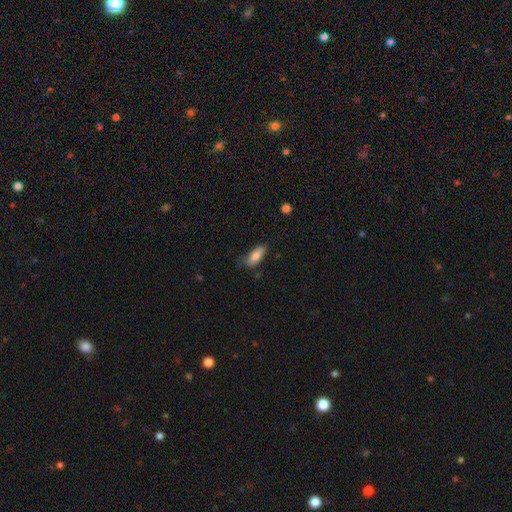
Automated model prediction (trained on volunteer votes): Smooth or featured?
  - smooth: 83% *
  - featured or disk: 11%
  - star or artifact: 7%
How rounded?
  - in between: 80% *
  - cigar-shaped: 17%
  - round: 2%
Merging?
  - none: 63% *
  - minor disturbance: 28%
  - major disturbance: 7%
  - merger: 2%